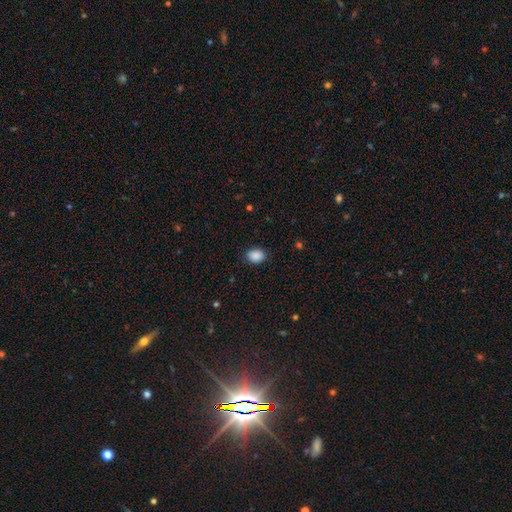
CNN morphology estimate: A smooth galaxy with no disk features (89%) that is in between round and cigar-shaped (65%).

Vote fractions:
- Smooth or featured? smooth: 89% / star or artifact: 8% / featured or disk: 3%
- How rounded? in between: 65% / round: 34% / cigar-shaped: 1%
- Merging? none: 86% / minor disturbance: 10% / major disturbance: 2% / merger: 1%